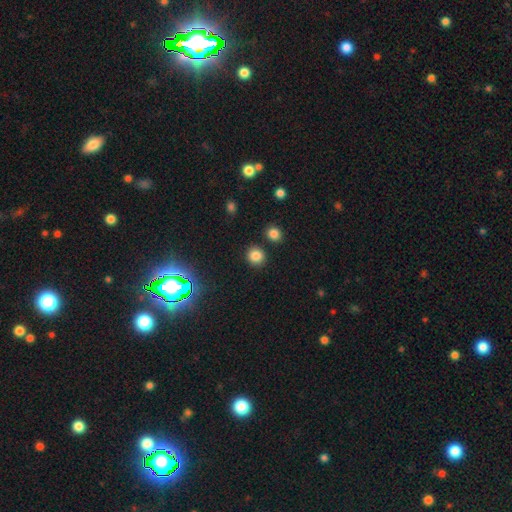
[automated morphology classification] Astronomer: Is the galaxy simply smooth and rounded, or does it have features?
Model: smooth — 82%.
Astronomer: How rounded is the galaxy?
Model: round — 88%.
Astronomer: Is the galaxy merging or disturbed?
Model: none — 86%.